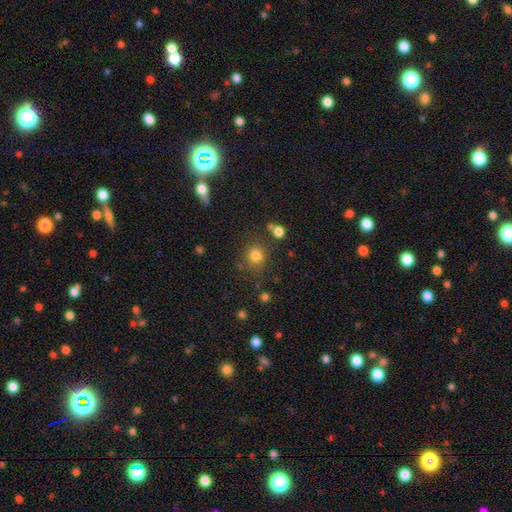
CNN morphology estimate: smooth-or-featured: smooth: 80% | star or artifact: 14% | featured or disk: 6%
  how-rounded: round: 85% | in between: 14% | cigar-shaped: 1%
  merging: none: 78% | minor disturbance: 11% | merger: 7% | major disturbance: 4%